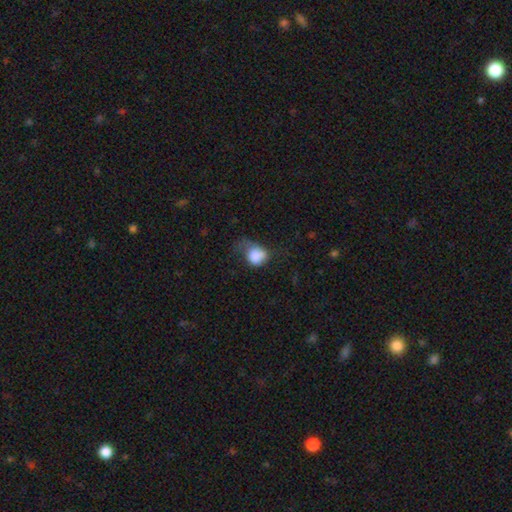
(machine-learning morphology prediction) Overall: smooth (82%). How rounded: round (56%; in between 43%). Merging: major disturbance (38%; minor disturbance 34%).